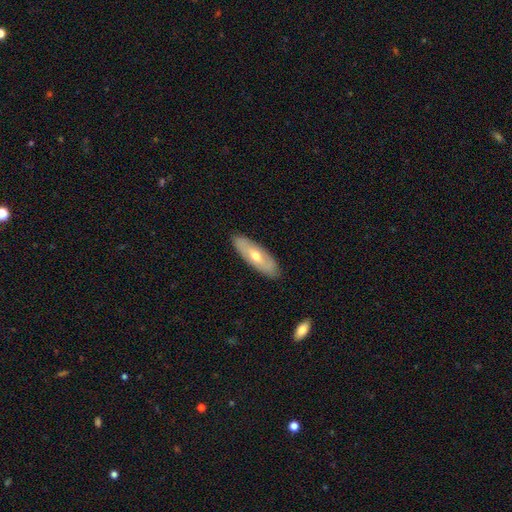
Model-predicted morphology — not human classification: smooth_or_featured: smooth (p=0.49) [alt: featured or disk p=0.45]
merging: none (p=0.88) [alt: minor disturbance p=0.09]